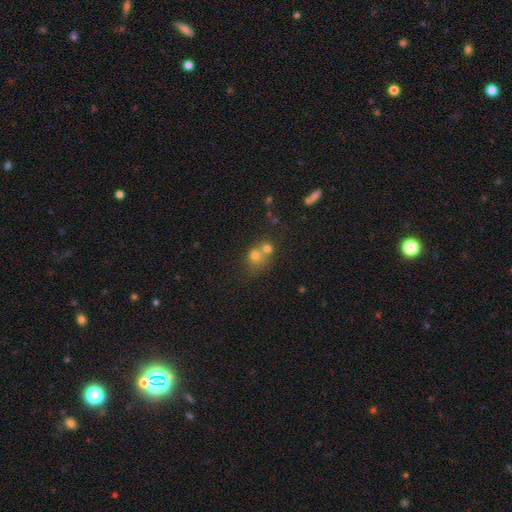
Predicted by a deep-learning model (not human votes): smooth-or-featured: smooth: 67% | star or artifact: 18% | featured or disk: 16%
  how-rounded: round: 76% | in between: 23% | cigar-shaped: 1%
  merging: merger: 52% | none: 37% | minor disturbance: 7% | major disturbance: 4%